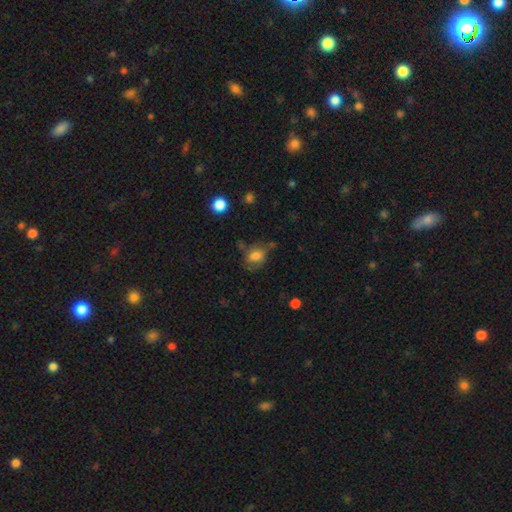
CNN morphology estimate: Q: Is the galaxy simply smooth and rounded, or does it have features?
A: smooth — 66%.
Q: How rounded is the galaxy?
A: in between — 61%.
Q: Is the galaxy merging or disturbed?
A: none — 49%.